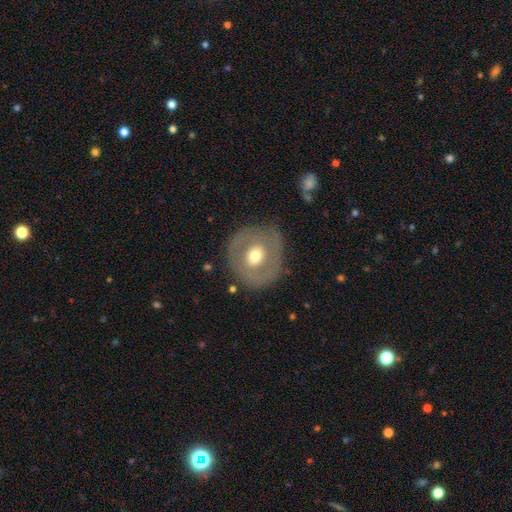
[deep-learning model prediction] smooth-or-featured: featured or disk: 52% | smooth: 41% | star or artifact: 7%
  disk-edge-on: no: 95% | yes: 5%
  merging: none: 80% | minor disturbance: 14% | major disturbance: 5% | merger: 2%